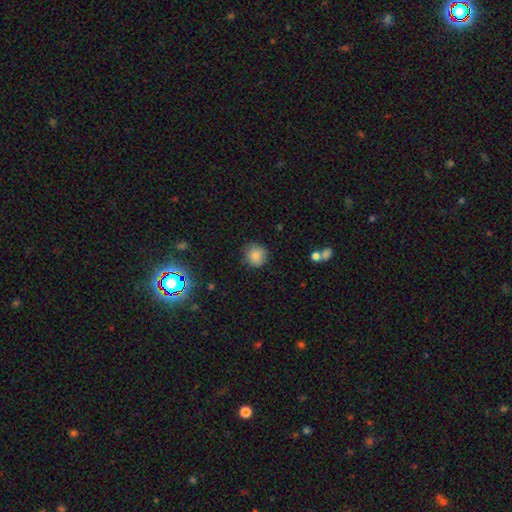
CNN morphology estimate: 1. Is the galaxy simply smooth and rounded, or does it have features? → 84% smooth, 11% star or artifact, 5% featured or disk.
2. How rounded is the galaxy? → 91% round, 8% in between, 1% cigar-shaped.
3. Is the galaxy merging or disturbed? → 83% none, 12% minor disturbance, 3% major disturbance, 2% merger.